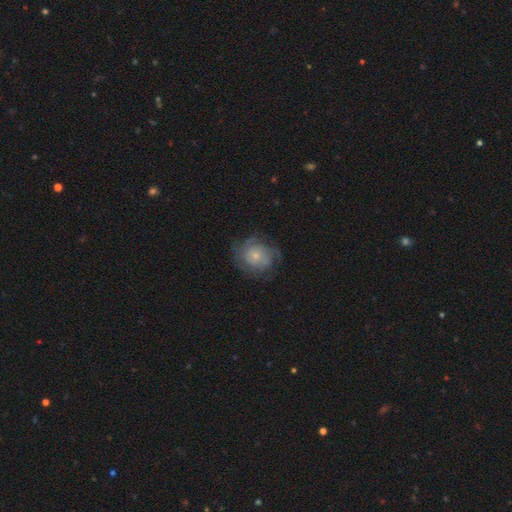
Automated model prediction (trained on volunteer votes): This appears to be a featured or disk galaxy (59%) with no bar (84%), spiral arms (82%) and a small central bulge (67%). Merging: none (67%).